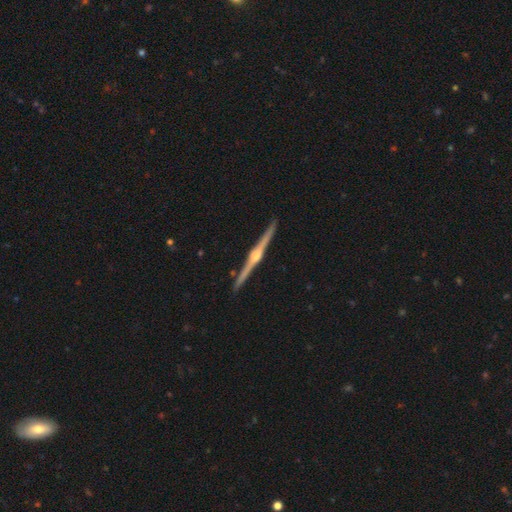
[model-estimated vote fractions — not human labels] The model was most divided on "smooth or featured": featured or disk: 89%, smooth: 7%, star or artifact: 4%. More confident: edge-on disk — yes (99%); merging — none (93%); edge-on bulge — rounded (90%).